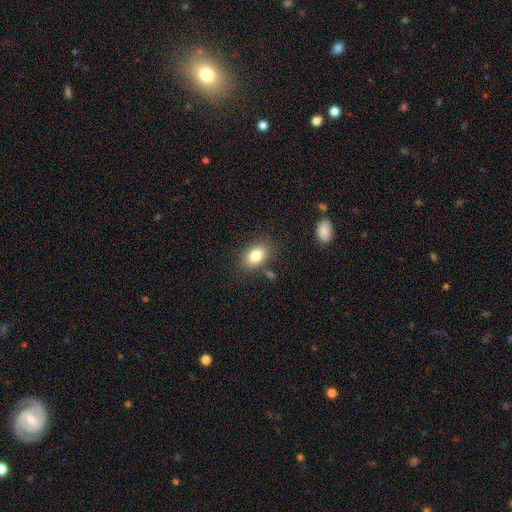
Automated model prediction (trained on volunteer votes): Overall: smooth (81%). How rounded: in between (82%). Merging: none (78%).